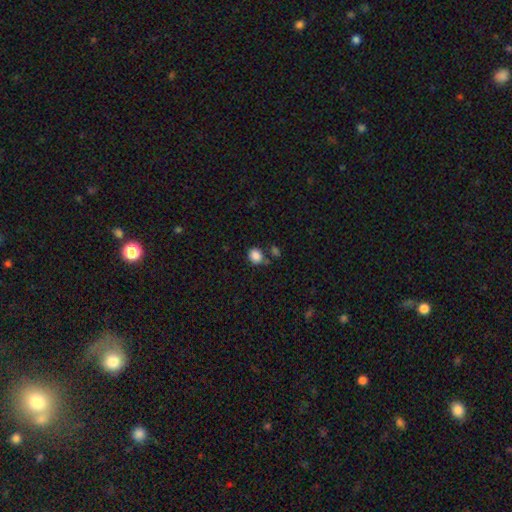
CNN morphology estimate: A smooth galaxy with no disk features (87%) that is round (62%).

Vote fractions:
- Smooth or featured? smooth: 87% / star or artifact: 10% / featured or disk: 4%
- How rounded? round: 62% / in between: 37% / cigar-shaped: 1%
- Merging? none: 70% / minor disturbance: 13% / merger: 12% / major disturbance: 4%